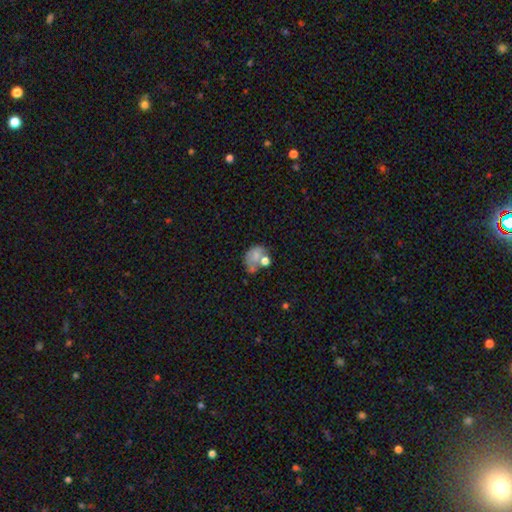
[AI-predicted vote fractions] This is likely a smooth galaxy (62%). How rounded: likely in between (64%). Merging: marginally merger (32%).